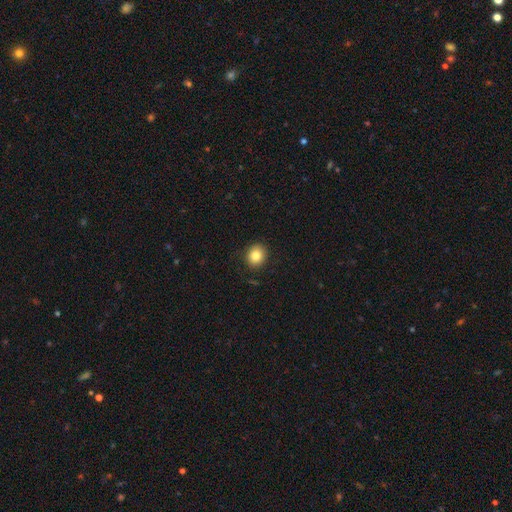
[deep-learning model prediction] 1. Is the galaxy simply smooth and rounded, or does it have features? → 84% smooth, 10% star or artifact, 6% featured or disk.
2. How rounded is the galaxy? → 74% round, 25% in between, 1% cigar-shaped.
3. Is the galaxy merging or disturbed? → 89% none, 8% minor disturbance, 2% major disturbance, 1% merger.